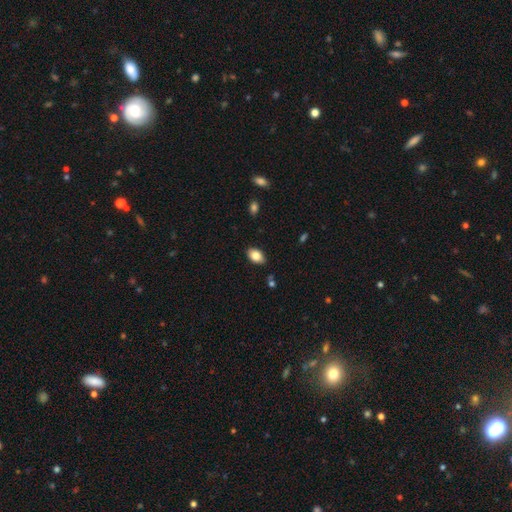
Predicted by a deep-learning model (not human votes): smooth 83%, featured or disk 9%, star or artifact 8%. Down the decision tree: how rounded — in between (90%); merging — none (85%).